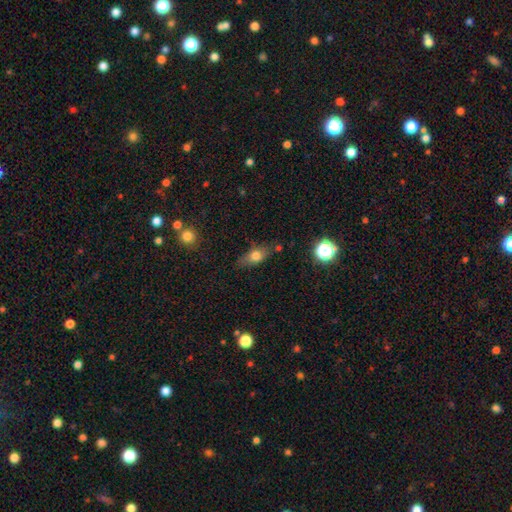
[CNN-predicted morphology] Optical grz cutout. It shows a smooth galaxy with no disk features (69%) that is in between round and cigar-shaped (69%). Merging: none (67%).